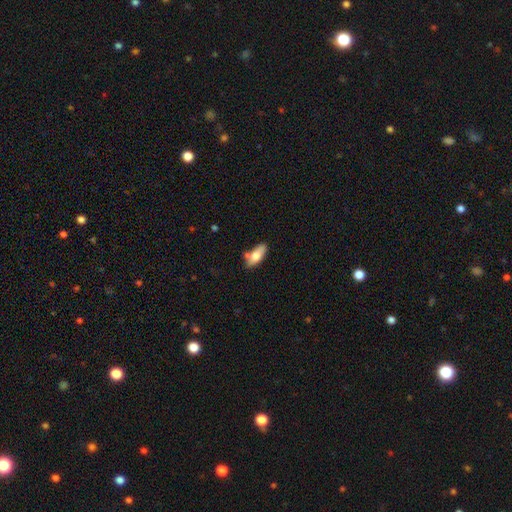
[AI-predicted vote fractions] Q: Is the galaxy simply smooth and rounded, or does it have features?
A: smooth — 70%.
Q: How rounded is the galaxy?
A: in between — 82%.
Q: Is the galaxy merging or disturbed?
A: none — 65%.